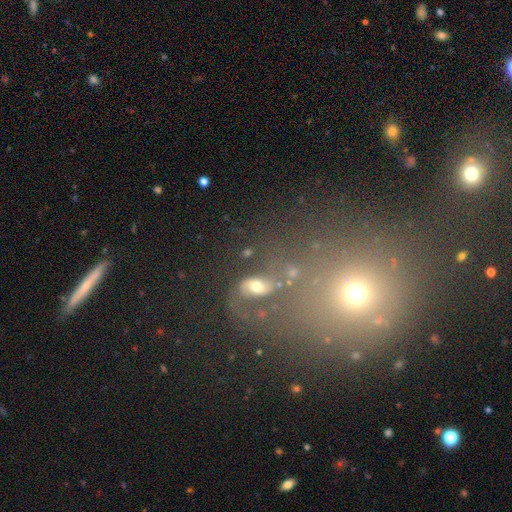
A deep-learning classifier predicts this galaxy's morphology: smooth 46%, star or artifact 38%, featured or disk 16%. Down the decision tree: merging — none (59%).